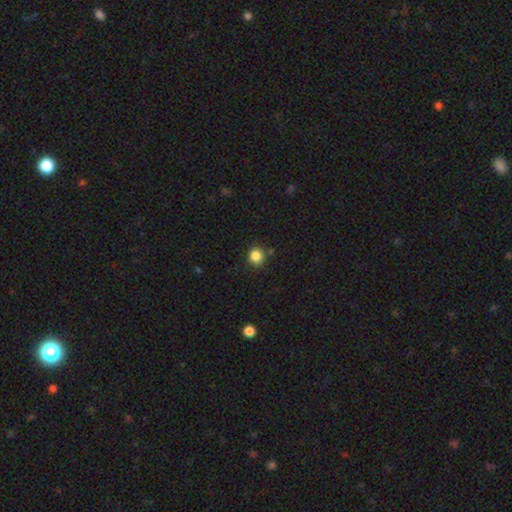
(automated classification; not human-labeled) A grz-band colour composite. It shows a smooth galaxy with no disk features (85%) that is round (86%). Merging: none (83%).